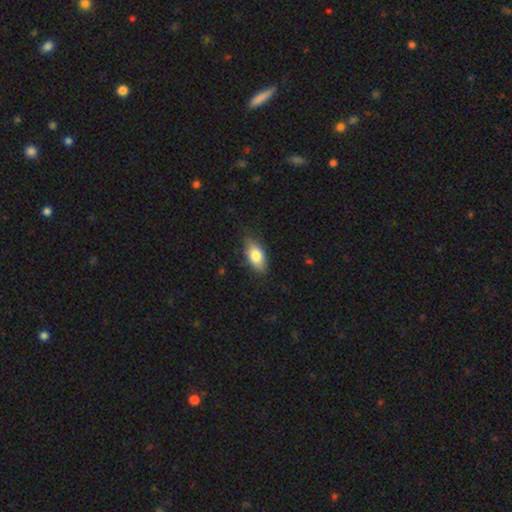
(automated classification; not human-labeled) Overall: smooth (79%). How rounded: in between (90%). Merging: none (79%).